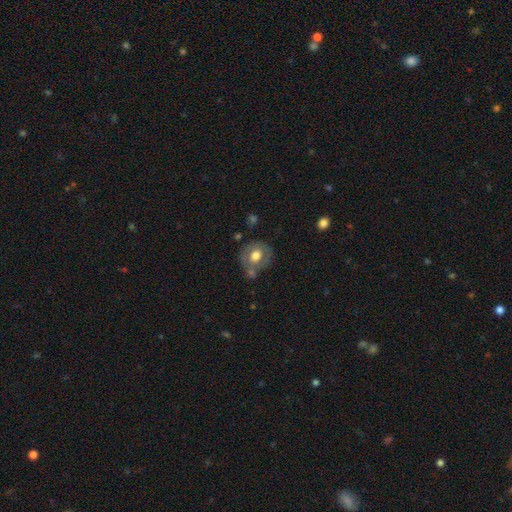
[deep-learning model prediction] This is possibly a smooth galaxy (54%). How rounded: likely round (77%). Merging: likely none (60%).